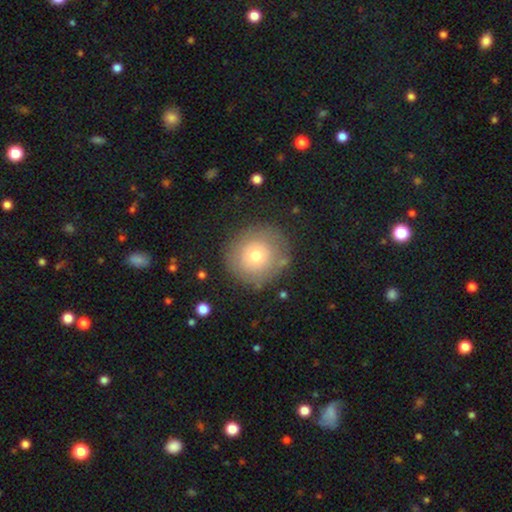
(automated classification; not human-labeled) A smooth galaxy with no disk features (67%) that is round (94%). Merging: none (81%).